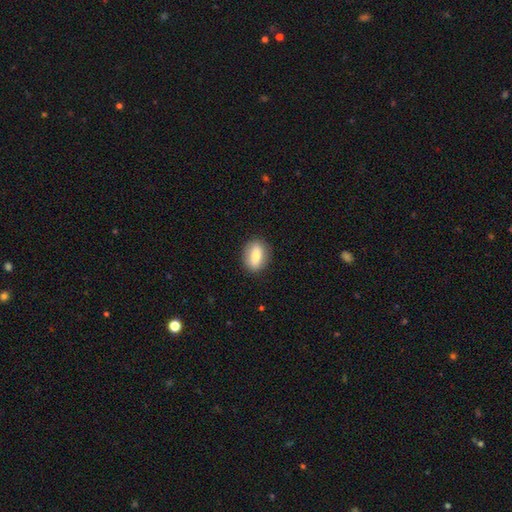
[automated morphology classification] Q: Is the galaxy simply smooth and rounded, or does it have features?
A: smooth — 75%.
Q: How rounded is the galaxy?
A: in between — 77%.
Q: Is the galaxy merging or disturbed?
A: none — 86%.